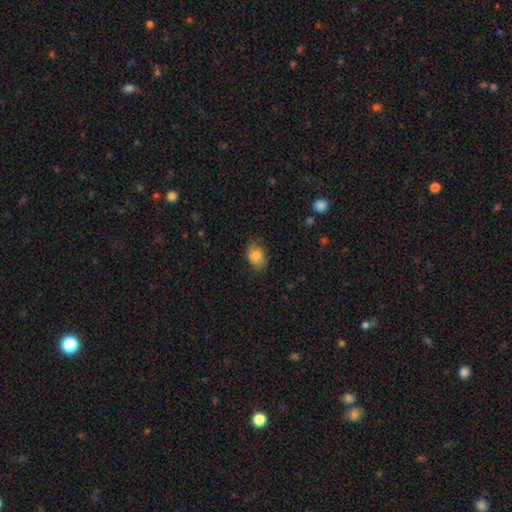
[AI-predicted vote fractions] A smooth galaxy with no disk features (83%) that is in between round and cigar-shaped (72%). Merging: none (73%).